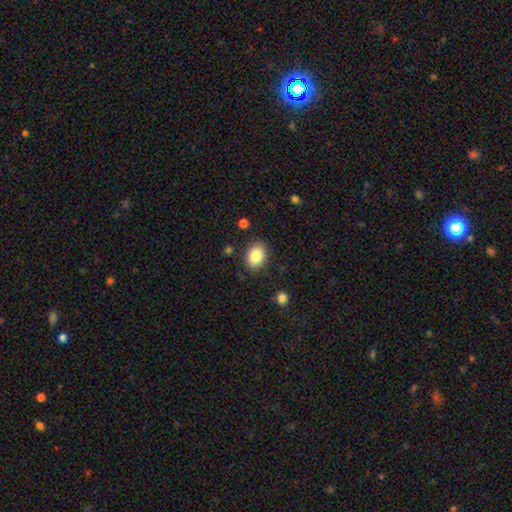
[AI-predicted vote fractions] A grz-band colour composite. It shows a smooth galaxy with no disk features (86%) that is in between round and cigar-shaped (70%). Merging: none (85%).